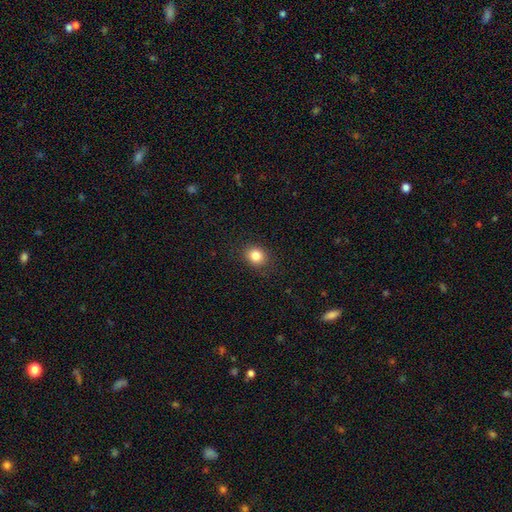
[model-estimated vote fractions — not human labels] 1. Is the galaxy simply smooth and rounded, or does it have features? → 84% smooth, 11% star or artifact, 6% featured or disk.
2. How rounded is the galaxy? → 66% round, 33% in between, 1% cigar-shaped.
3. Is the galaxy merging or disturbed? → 88% none, 9% minor disturbance, 3% major disturbance, 1% merger.